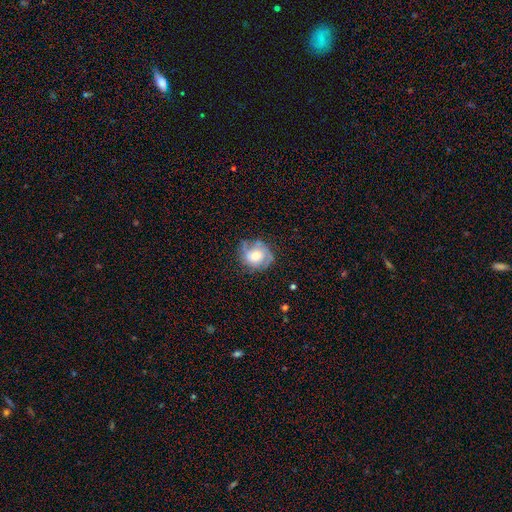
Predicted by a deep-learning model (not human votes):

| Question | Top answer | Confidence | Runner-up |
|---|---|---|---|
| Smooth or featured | featured or disk | 57% | smooth (36%) |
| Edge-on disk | no | 97% | yes (3%) |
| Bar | no | 74% | weak (22%) |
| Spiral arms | yes | 81% | no (19%) |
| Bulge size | moderate | 59% | large (25%) |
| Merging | none | 65% | minor disturbance (24%) |